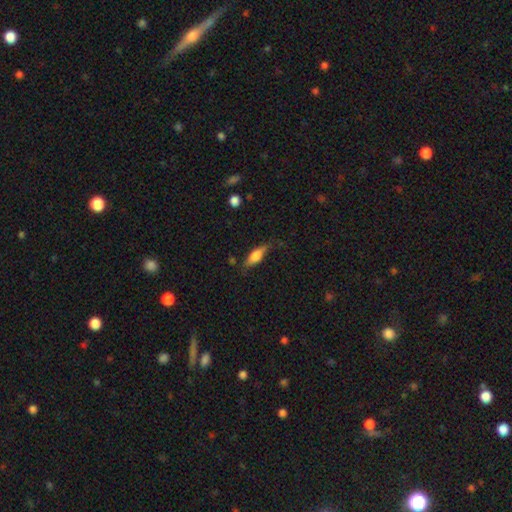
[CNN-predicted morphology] This appears to be a smooth galaxy with no disk features (64%) that is in between round and cigar-shaped (59%). Merging: none (67%).